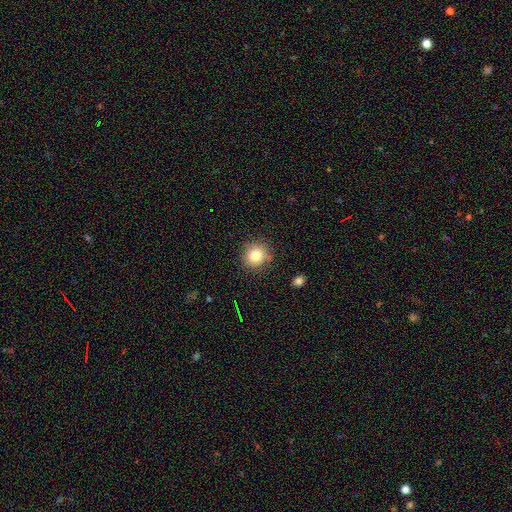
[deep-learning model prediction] smooth 80%, star or artifact 12%, featured or disk 8%. Down the decision tree: how rounded — round (90%); merging — none (86%).